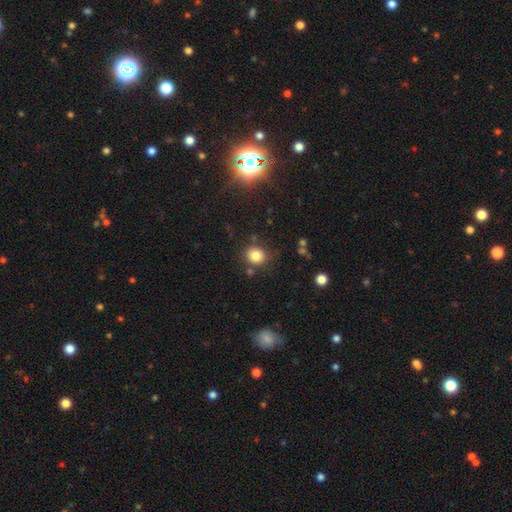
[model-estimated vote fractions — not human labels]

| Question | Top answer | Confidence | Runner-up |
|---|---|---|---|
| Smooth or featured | smooth | 81% | star or artifact (12%) |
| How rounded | round | 84% | in between (15%) |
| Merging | none | 80% | minor disturbance (10%) |